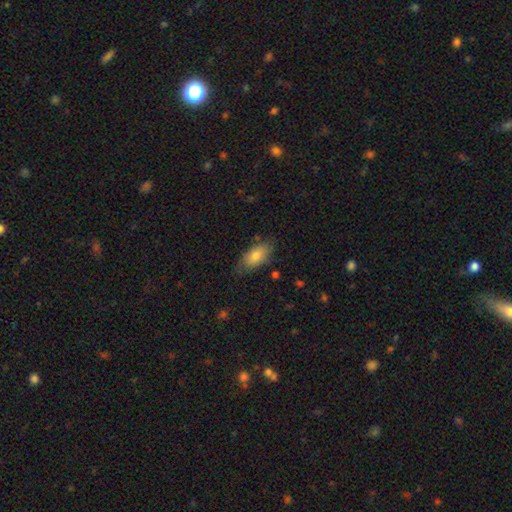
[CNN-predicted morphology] Smooth or featured?
  - smooth: 77% *
  - featured or disk: 16%
  - star or artifact: 7%
How rounded?
  - in between: 89% *
  - cigar-shaped: 8%
  - round: 3%
Merging?
  - none: 75% *
  - minor disturbance: 20%
  - major disturbance: 4%
  - merger: 2%